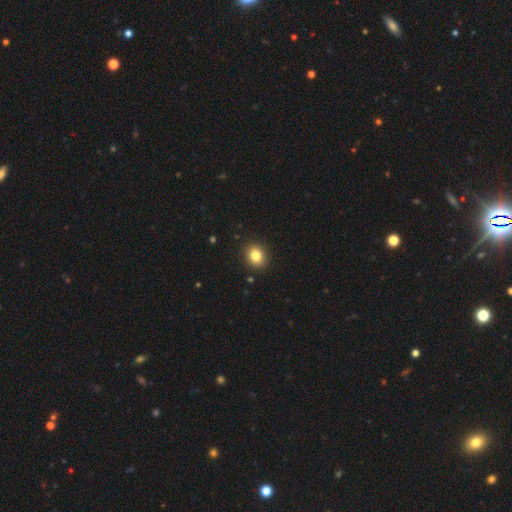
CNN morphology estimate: This is clearly a smooth galaxy (83%). How rounded: possibly round (60%). Merging: clearly none (91%).